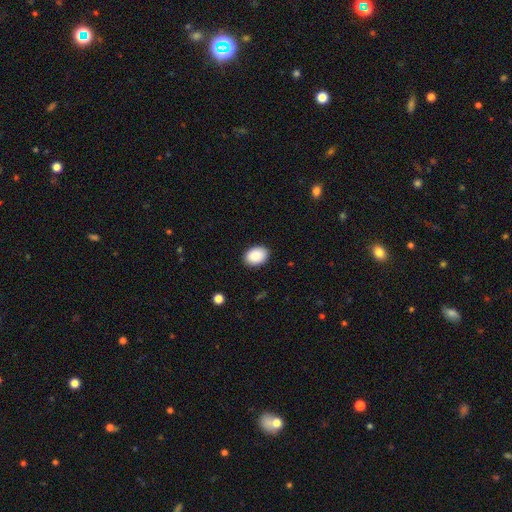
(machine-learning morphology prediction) A smooth galaxy with no disk features (90%) that is in between round and cigar-shaped (80%).

Vote fractions:
- Smooth or featured? smooth: 90% / star or artifact: 7% / featured or disk: 3%
- How rounded? in between: 80% / round: 19% / cigar-shaped: 1%
- Merging? none: 89% / minor disturbance: 8% / major disturbance: 2% / merger: 1%